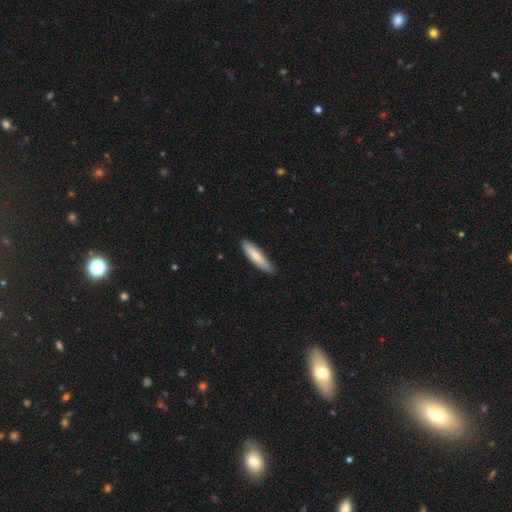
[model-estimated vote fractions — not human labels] Smooth or featured? smooth (81%)
How rounded? cigar-shaped (75%)
Merging? none (85%)